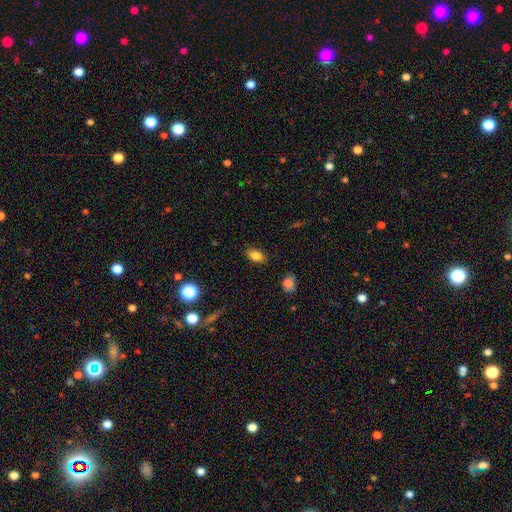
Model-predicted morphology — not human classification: smooth_or_featured: smooth (p=0.83) [alt: star or artifact p=0.11]
how_rounded: in between (p=0.85) [alt: round p=0.12]
merging: none (p=0.83) [alt: minor disturbance p=0.12]